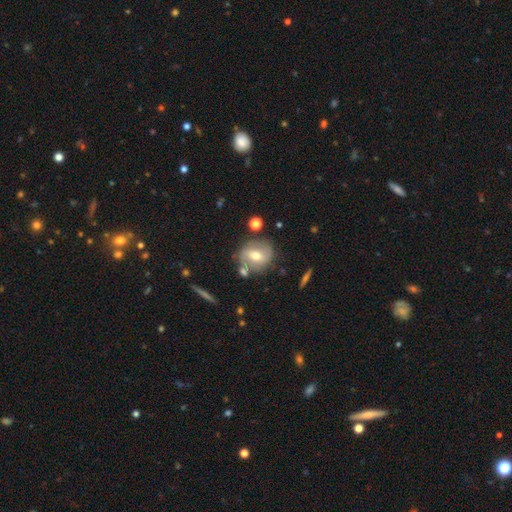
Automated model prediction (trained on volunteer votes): featured or disk 52%, smooth 39%, star or artifact 8%. Down the decision tree: edge-on disk — no (92%); merging — none (71%).